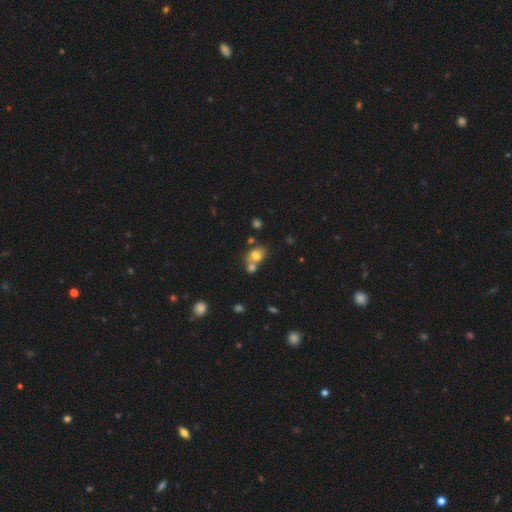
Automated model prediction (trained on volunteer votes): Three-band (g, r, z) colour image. It shows a smooth galaxy with no disk features (75%) that is round (52%). Merging: merger (47%).